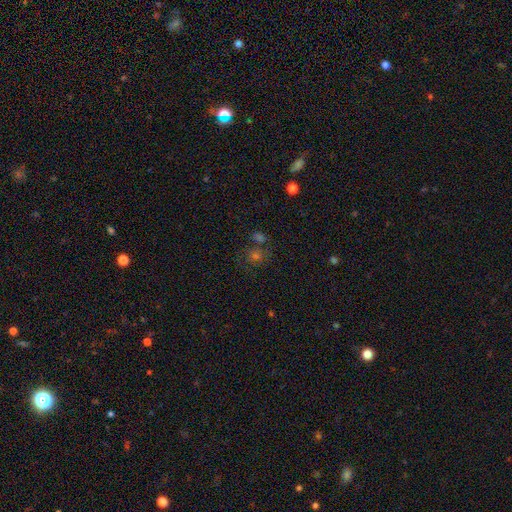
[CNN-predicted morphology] smooth_or_featured: smooth (p=0.42) [alt: star or artifact p=0.38]
merging: none (p=0.59) [alt: merger p=0.21]